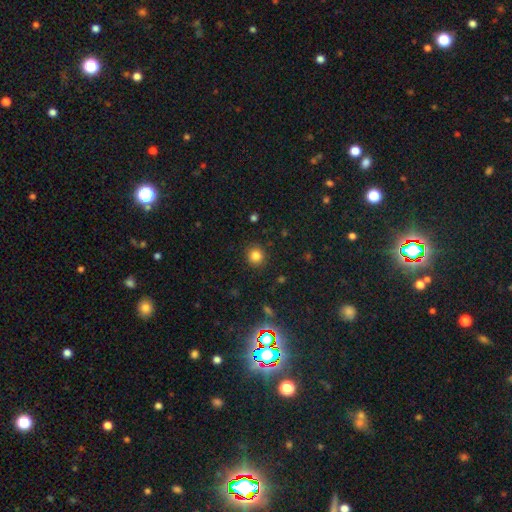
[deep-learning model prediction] Smooth or featured?
  - smooth: 82% *
  - star or artifact: 13%
  - featured or disk: 5%
How rounded?
  - round: 91% *
  - in between: 8%
  - cigar-shaped: 1%
Merging?
  - none: 90% *
  - minor disturbance: 7%
  - major disturbance: 2%
  - merger: 1%